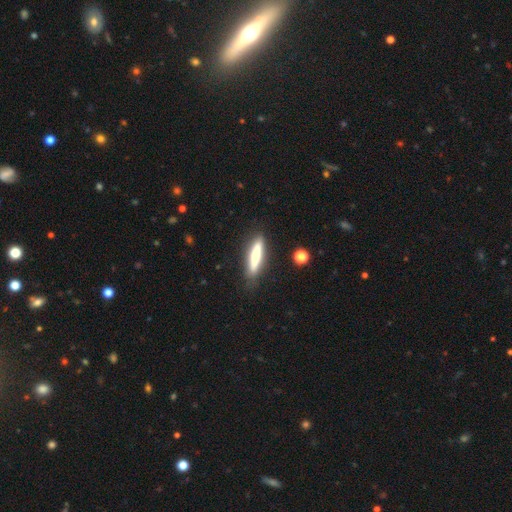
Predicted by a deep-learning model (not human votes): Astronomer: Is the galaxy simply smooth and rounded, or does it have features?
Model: smooth — 56% (runner-up: featured or disk, 38%).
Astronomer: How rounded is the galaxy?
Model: cigar-shaped — 83%.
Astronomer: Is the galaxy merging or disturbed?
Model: none — 84%.